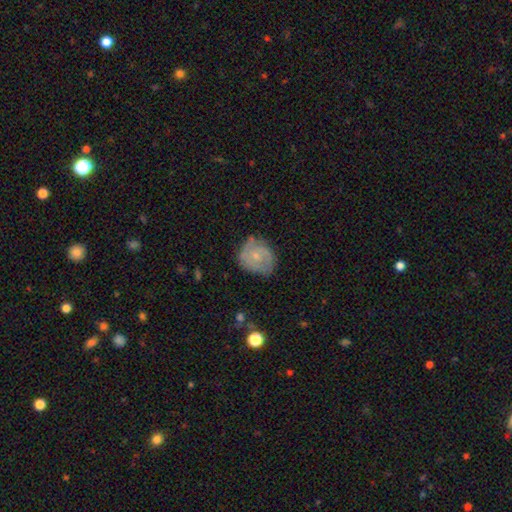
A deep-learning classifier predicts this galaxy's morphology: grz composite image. It shows a featured or disk galaxy (60%) with no bar (71%), spiral arms (84%) and a small central bulge (65%). Merging: none (65%).